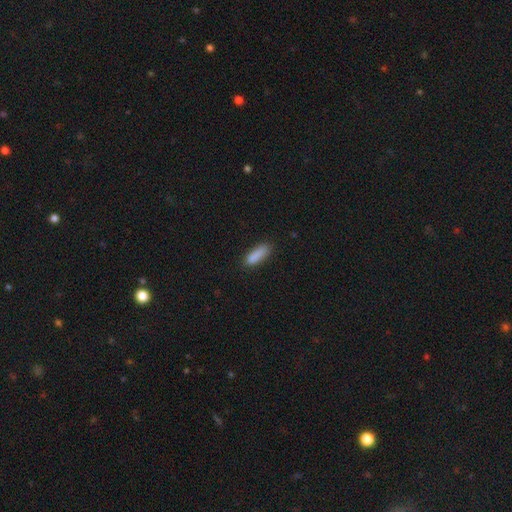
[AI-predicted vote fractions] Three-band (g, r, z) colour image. It shows a smooth galaxy with no disk features (87%) that is in between round and cigar-shaped (51%). Merging: none (76%).